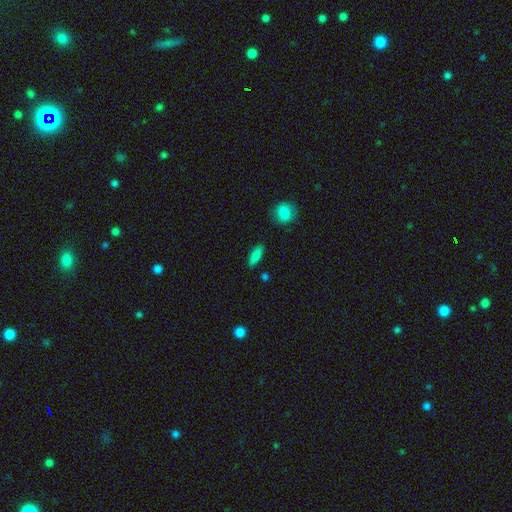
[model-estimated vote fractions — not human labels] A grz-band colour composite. It shows a smooth galaxy with no disk features (85%) that is in between round and cigar-shaped (72%). Merging: none (85%).